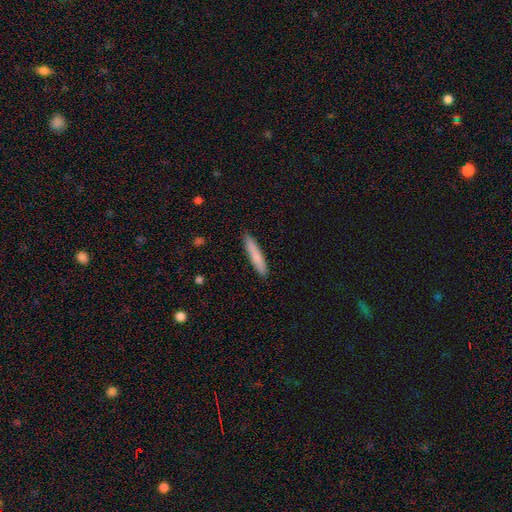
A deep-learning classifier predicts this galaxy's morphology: Q: Smooth or featured?
A: smooth (80%); runner-up: featured or disk (14%)
Q: How rounded?
A: cigar-shaped (93%); runner-up: in between (6%)
Q: Merging?
A: none (91%); runner-up: minor disturbance (7%)